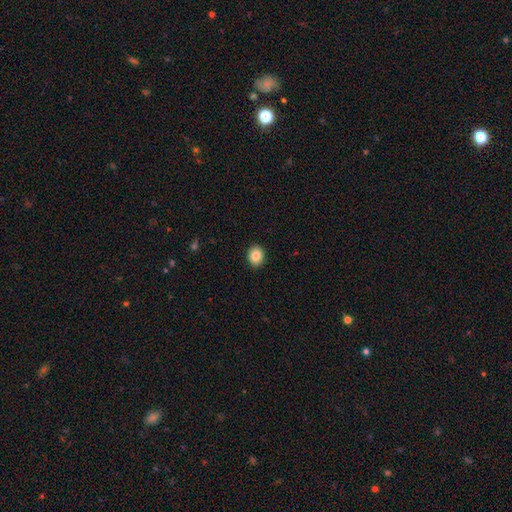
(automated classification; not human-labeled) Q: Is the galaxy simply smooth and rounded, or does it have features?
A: smooth — 85%.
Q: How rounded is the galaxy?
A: round — 54%.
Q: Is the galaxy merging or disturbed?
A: none — 91%.